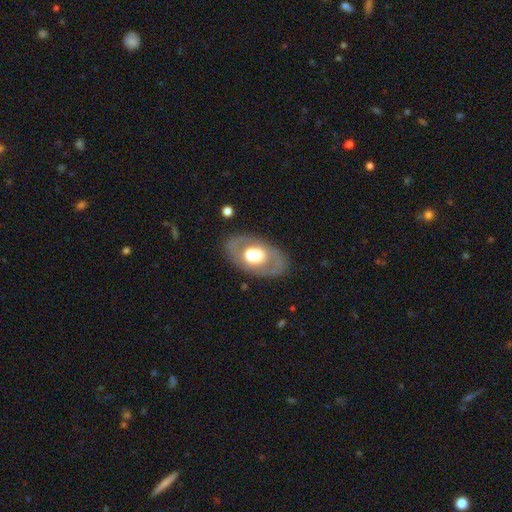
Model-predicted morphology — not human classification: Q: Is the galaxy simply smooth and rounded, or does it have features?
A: featured or disk — 54%.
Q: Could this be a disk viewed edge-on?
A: no — 90%.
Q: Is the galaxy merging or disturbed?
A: none — 77%.